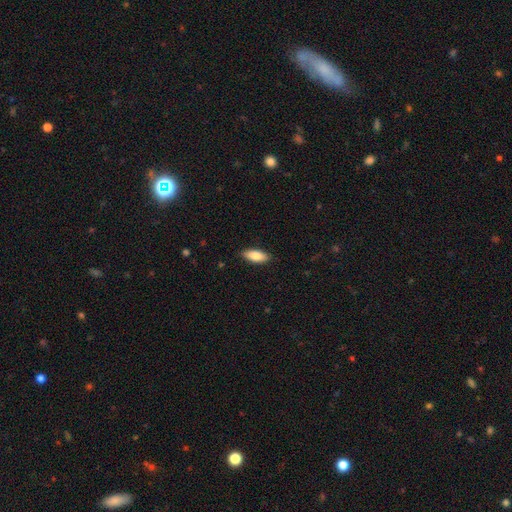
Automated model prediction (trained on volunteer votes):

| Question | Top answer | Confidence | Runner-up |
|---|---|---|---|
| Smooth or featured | smooth | 84% | featured or disk (11%) |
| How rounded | in between | 80% | cigar-shaped (18%) |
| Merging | none | 88% | minor disturbance (10%) |